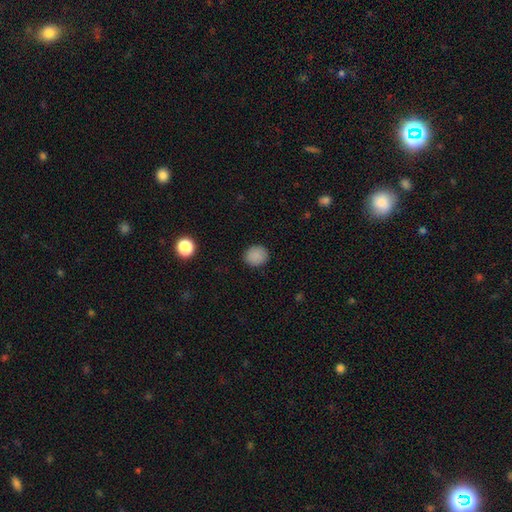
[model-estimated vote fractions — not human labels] Morphology: type=smooth (87%); roundness=round (77%); merging=none (89%).